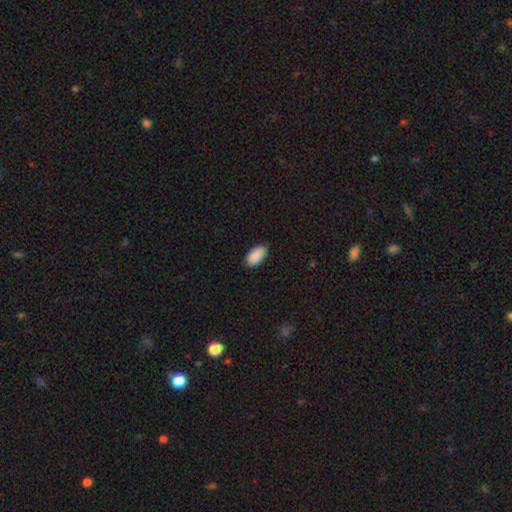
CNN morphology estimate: This appears to be a smooth galaxy with no disk features (91%) that is in between round and cigar-shaped (95%). Merging: none (89%).